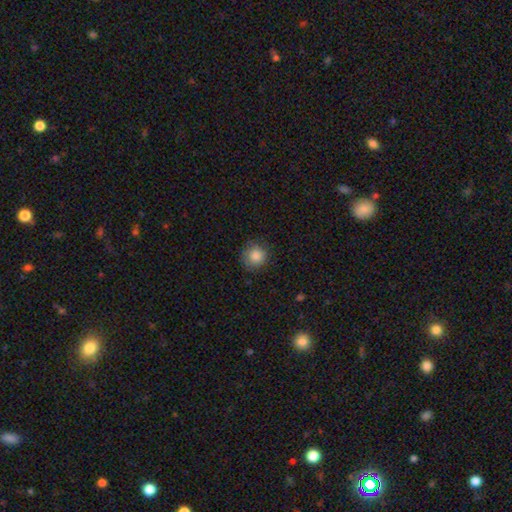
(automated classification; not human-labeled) A smooth galaxy with no disk features (85%) that is round (93%).

Vote fractions:
- Smooth or featured? smooth: 85% / star or artifact: 9% / featured or disk: 6%
- How rounded? round: 93% / in between: 6% / cigar-shaped: 1%
- Merging? none: 80% / minor disturbance: 15% / major disturbance: 4% / merger: 1%